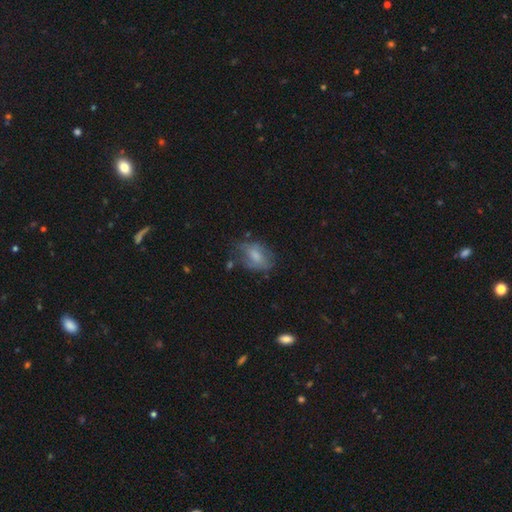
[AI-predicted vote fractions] The model was most divided on "merging": none: 50%, minor disturbance: 29%, major disturbance: 18%, merger: 4%. More confident: how rounded — in between (79%); smooth or featured — smooth (57%).